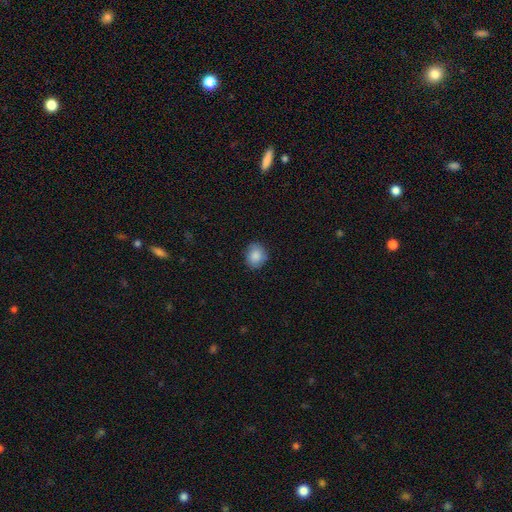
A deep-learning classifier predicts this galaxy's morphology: Overall: smooth (87%). How rounded: round (69%; in between 30%). Merging: none (83%).